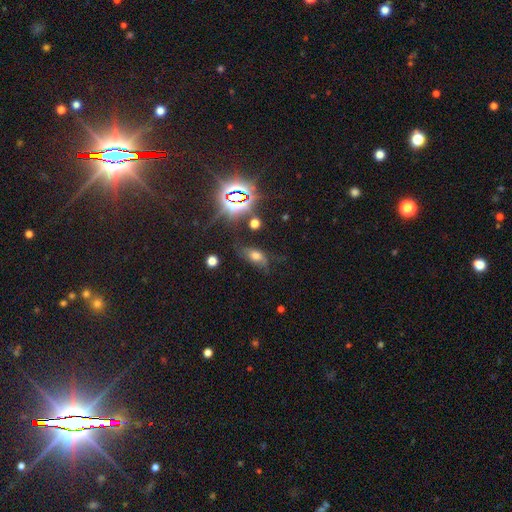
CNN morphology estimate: Smooth or featured?
  - smooth: 48% *
  - star or artifact: 28%
  - featured or disk: 24%
Merging?
  - none: 57% *
  - minor disturbance: 25%
  - major disturbance: 15%
  - merger: 3%